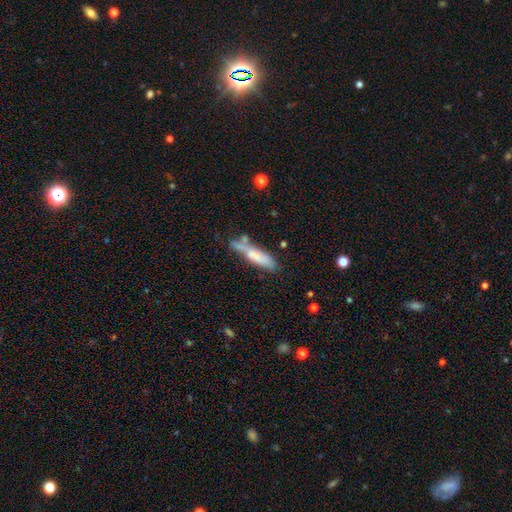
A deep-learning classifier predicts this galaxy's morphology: Smooth or featured? smooth (66%)
How rounded? cigar-shaped (75%)
Merging? none (48%)